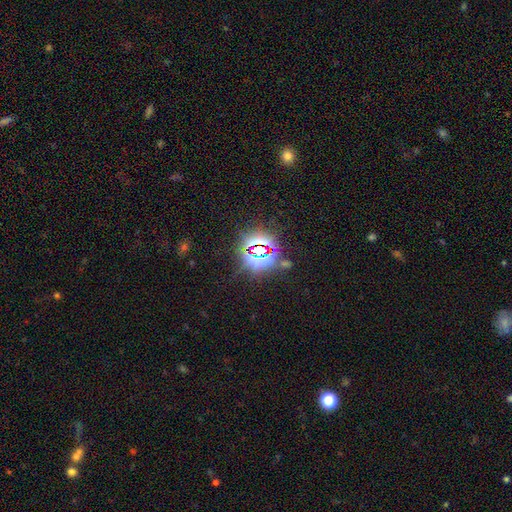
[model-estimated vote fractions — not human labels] This appears to be a star or artifact, not a galaxy (79%).